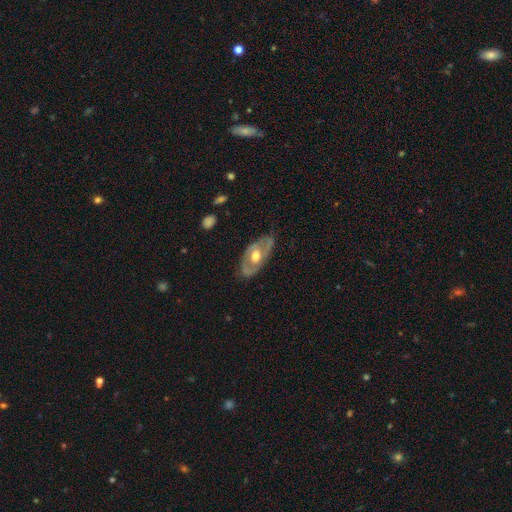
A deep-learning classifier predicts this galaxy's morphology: This appears to be a featured or disk galaxy (67%) with no bar (75%), no spiral arms (58%) and a moderate central bulge (69%). Merging: none (71%).